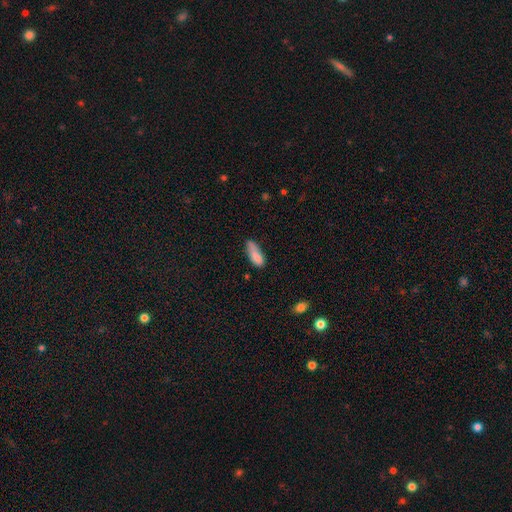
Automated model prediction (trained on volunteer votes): A smooth galaxy with no disk features (82%) that is in between round and cigar-shaped (66%).

Vote fractions:
- Smooth or featured? smooth: 82% / featured or disk: 10% / star or artifact: 8%
- How rounded? in between: 66% / cigar-shaped: 32% / round: 2%
- Merging? none: 46% / minor disturbance: 35% / major disturbance: 11% / merger: 7%